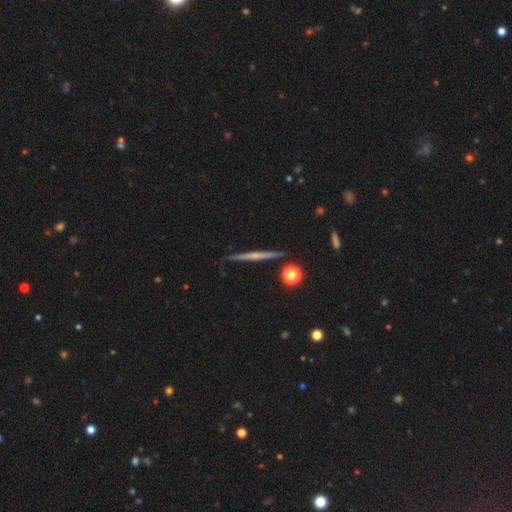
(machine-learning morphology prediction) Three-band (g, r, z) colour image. It shows a featured or disk galaxy (65%) viewed edge-on (98%) with no central bulge (56%). Merging: none (87%).